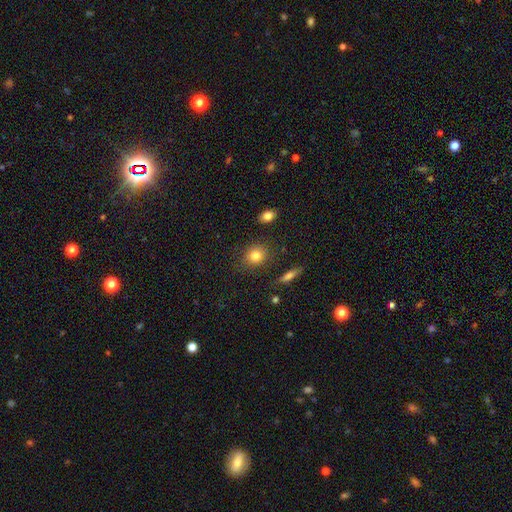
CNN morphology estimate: A smooth galaxy with no disk features (82%) that is round (67%). Merging: none (82%).